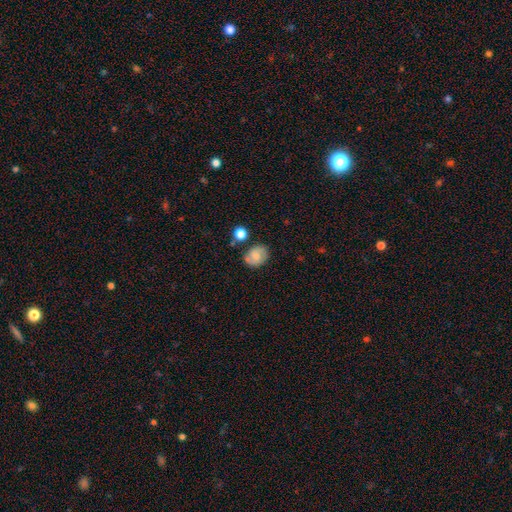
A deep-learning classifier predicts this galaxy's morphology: smooth 58%, featured or disk 32%, star or artifact 10%. Down the decision tree: how rounded — round (57%); merging — none (70%).